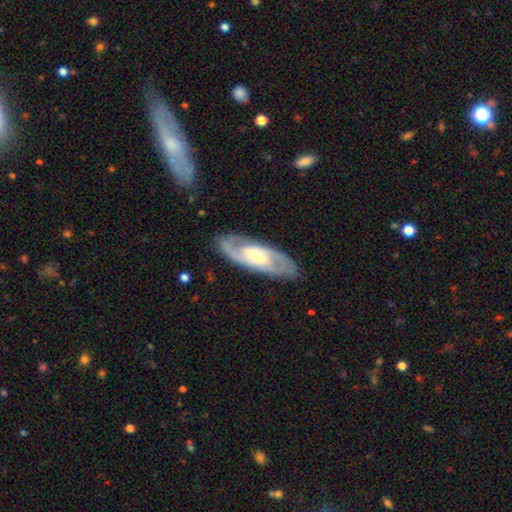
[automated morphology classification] A featured or disk galaxy (82%) with a weak bar (41%), 2 (84%) medium (45%) spiral arms (93%) and a moderate central bulge (37%). Merging: none (83%).